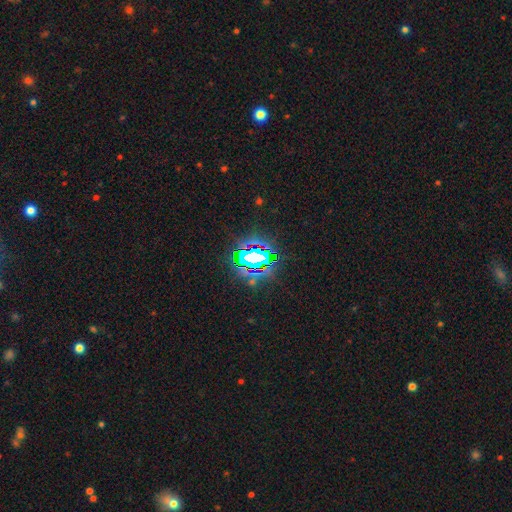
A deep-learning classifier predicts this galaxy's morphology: This is likely a star or artifact rather than a galaxy (71%).